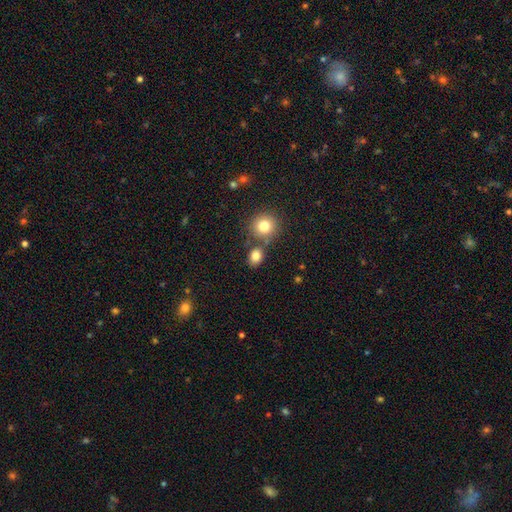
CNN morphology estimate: Overall: smooth (81%). How rounded: in between (50%; round 49%). Merging: none (69%).